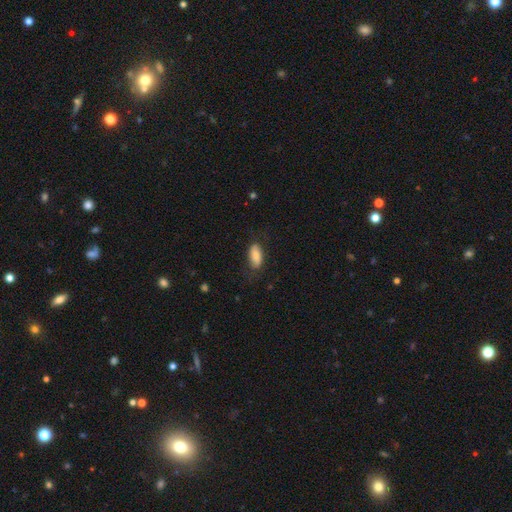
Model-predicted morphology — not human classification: Smooth or featured: smooth — 77% (featured or disk — 17%)
How rounded: in between — 86% (cigar-shaped — 11%)
Merging: none — 71% (minor disturbance — 21%)